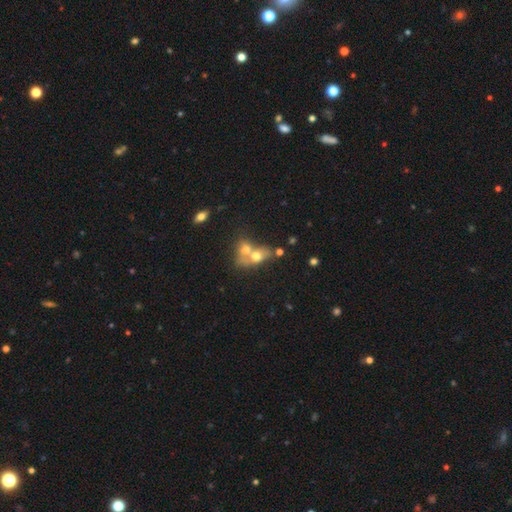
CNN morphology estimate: Smooth or featured: smooth — 64% (featured or disk — 25%)
How rounded: in between — 65% (round — 32%)
Merging: merger — 70% (none — 18%)